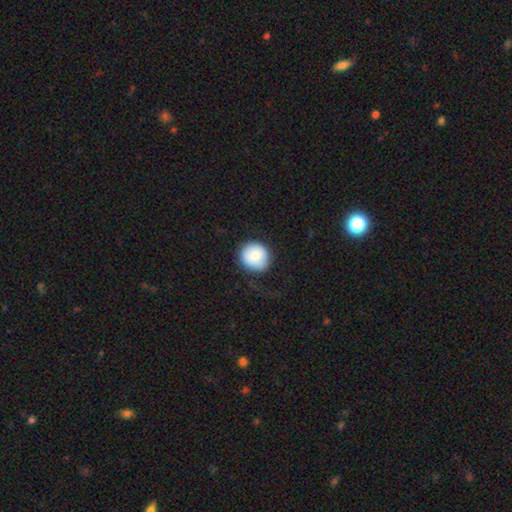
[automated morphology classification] Smooth or featured: smooth — 80% (featured or disk — 13%)
How rounded: round — 85% (in between — 14%)
Merging: none — 68% (minor disturbance — 20%)